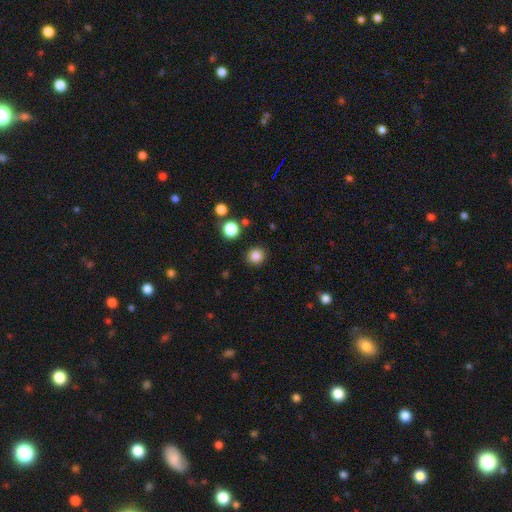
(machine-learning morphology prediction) smooth 85%, star or artifact 12%, featured or disk 3%. Down the decision tree: how rounded — round (90%); merging — none (89%).